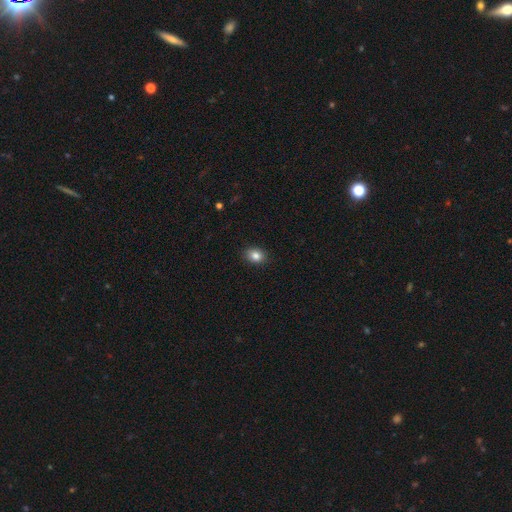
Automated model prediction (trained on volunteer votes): A smooth galaxy with no disk features (84%) that is in between round and cigar-shaped (61%). Merging: none (89%).